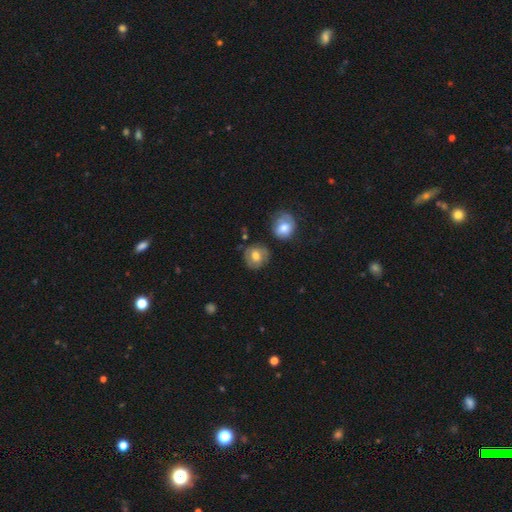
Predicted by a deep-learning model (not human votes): A smooth galaxy with no disk features (58%) that is round (80%).

Vote fractions:
- Smooth or featured? smooth: 58% / featured or disk: 34% / star or artifact: 8%
- How rounded? round: 80% / in between: 19% / cigar-shaped: 1%
- Merging? none: 72% / minor disturbance: 17% / major disturbance: 6% / merger: 5%